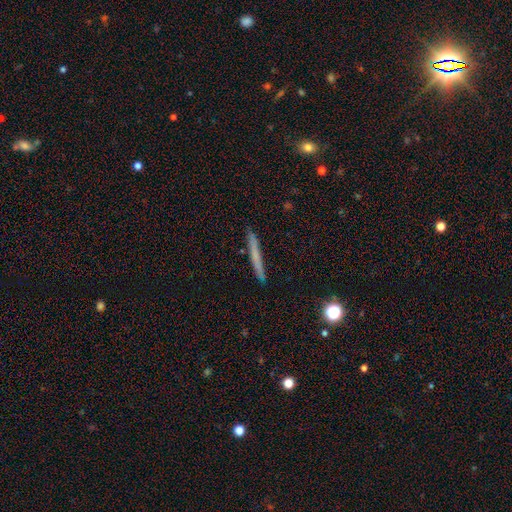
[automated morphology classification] smooth-or-featured: smooth: 59% | featured or disk: 34% | star or artifact: 7%
  how-rounded: cigar-shaped: 96% | in between: 2% | round: 2%
  merging: none: 90% | minor disturbance: 7% | major disturbance: 1% | merger: 1%